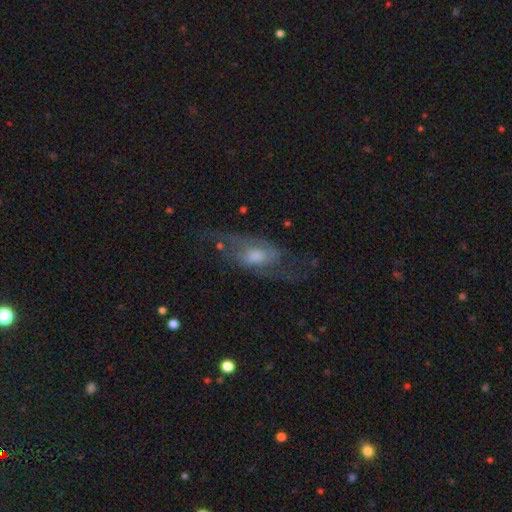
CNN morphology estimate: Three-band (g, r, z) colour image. It shows a featured or disk galaxy (75%) with no bar (58%), 2 (76%) medium (44%) spiral arms (86%) and a moderate central bulge (54%). Merging: none (61%).